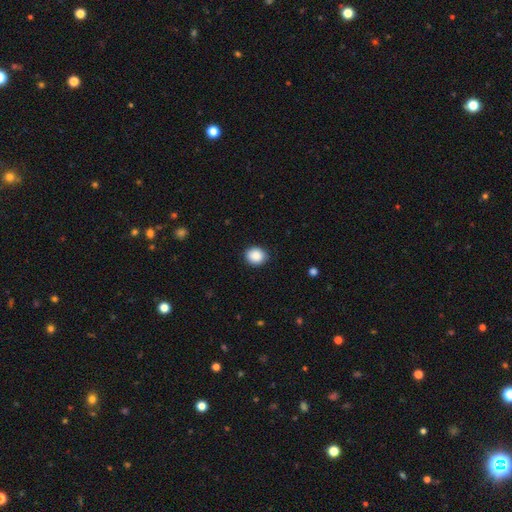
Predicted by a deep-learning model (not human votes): smooth 88%, star or artifact 8%, featured or disk 4%. Down the decision tree: how rounded — round (74%); merging — none (90%).